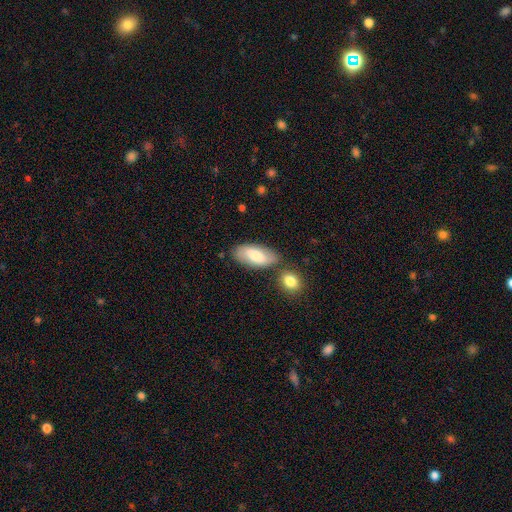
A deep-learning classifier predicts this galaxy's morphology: Q: Smooth or featured?
A: smooth (73%); runner-up: featured or disk (21%)
Q: How rounded?
A: in between (90%); runner-up: cigar-shaped (7%)
Q: Merging?
A: none (69%); runner-up: minor disturbance (15%)